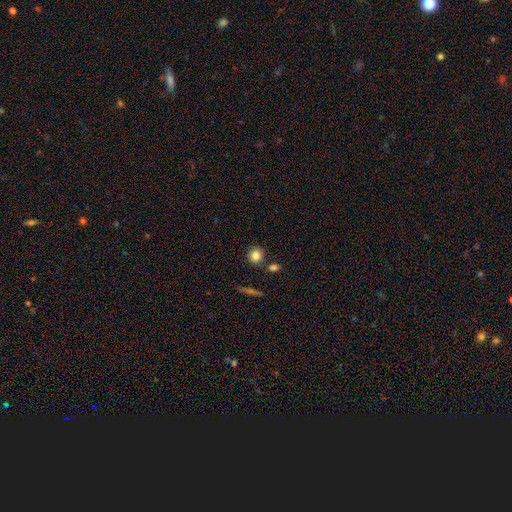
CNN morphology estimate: smooth 82%, star or artifact 10%, featured or disk 7%. Down the decision tree: how rounded — round (91%); merging — none (82%).